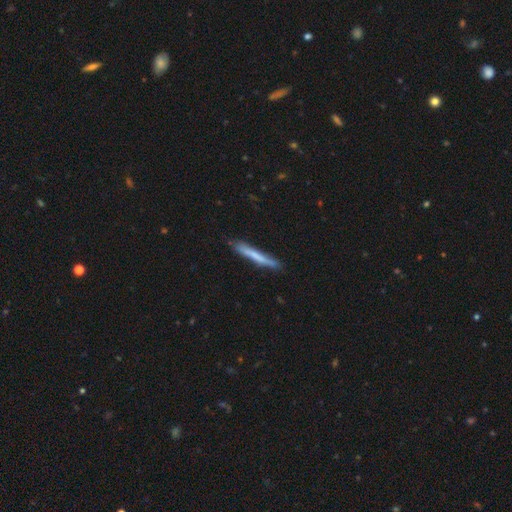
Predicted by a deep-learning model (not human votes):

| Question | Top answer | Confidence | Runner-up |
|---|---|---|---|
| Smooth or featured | smooth | 62% | featured or disk (33%) |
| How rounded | cigar-shaped | 96% | in between (3%) |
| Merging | none | 79% | minor disturbance (16%) |